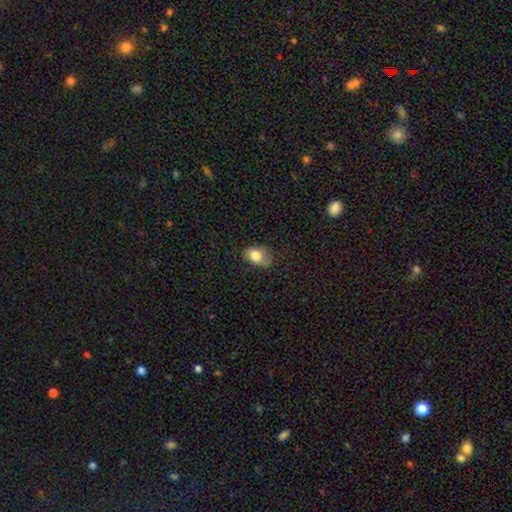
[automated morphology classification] Q: Smooth or featured?
A: smooth (81%); runner-up: featured or disk (10%)
Q: How rounded?
A: in between (67%); runner-up: round (32%)
Q: Merging?
A: none (56%); runner-up: minor disturbance (32%)